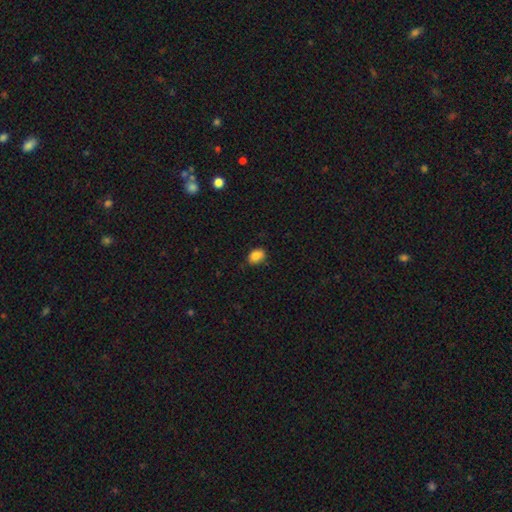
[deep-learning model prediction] Smooth or featured? smooth (84%)
How rounded? in between (74%)
Merging? none (77%)